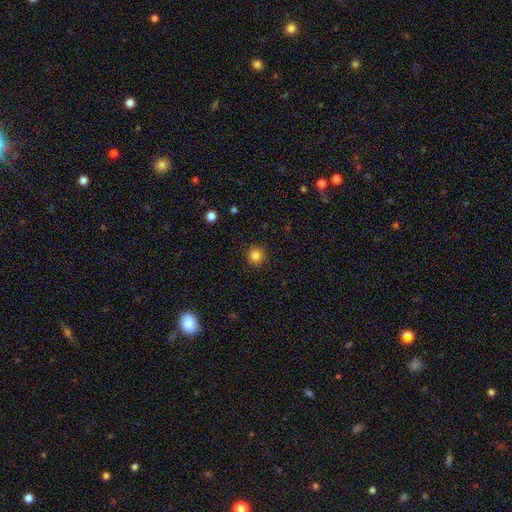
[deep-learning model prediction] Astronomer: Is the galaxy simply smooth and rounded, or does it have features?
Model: smooth — 84%.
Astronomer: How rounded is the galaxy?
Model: round — 95%.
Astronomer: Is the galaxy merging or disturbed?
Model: none — 91%.